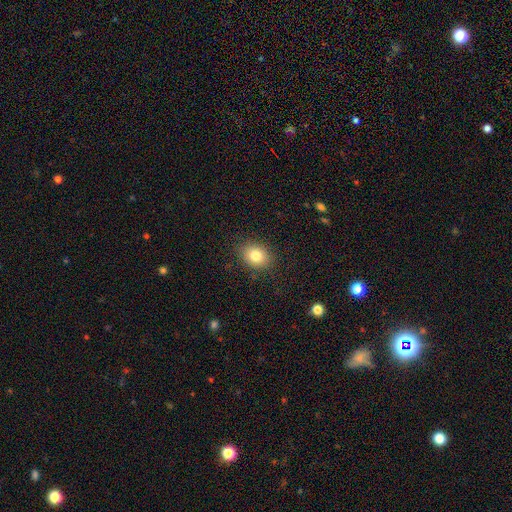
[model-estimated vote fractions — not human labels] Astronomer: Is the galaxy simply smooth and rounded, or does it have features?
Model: smooth — 81%.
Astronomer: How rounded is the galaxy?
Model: in between — 55% (runner-up: round, 44%).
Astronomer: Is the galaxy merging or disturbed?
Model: none — 87%.